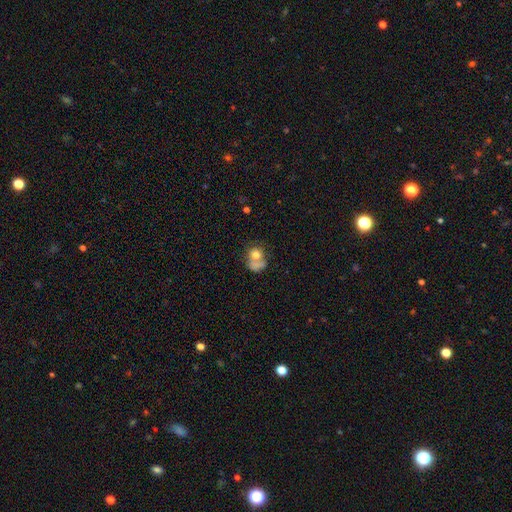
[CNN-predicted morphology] This appears to be a smooth galaxy with no disk features (66%) that is round (67%). Merging: merger (44%).